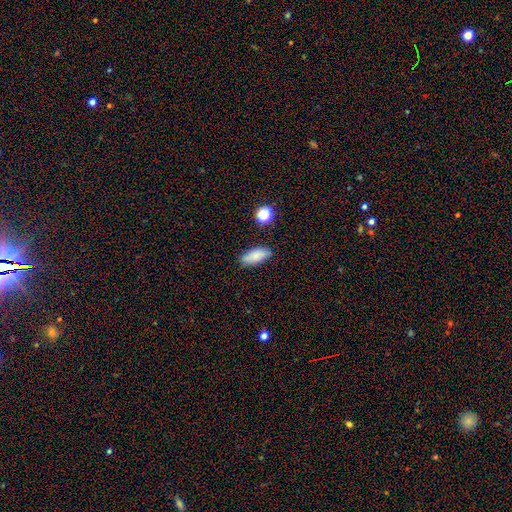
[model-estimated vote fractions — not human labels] smooth-or-featured: smooth: 81% | featured or disk: 10% | star or artifact: 9%
  how-rounded: in between: 81% | cigar-shaped: 16% | round: 3%
  merging: none: 79% | minor disturbance: 15% | major disturbance: 3% | merger: 3%